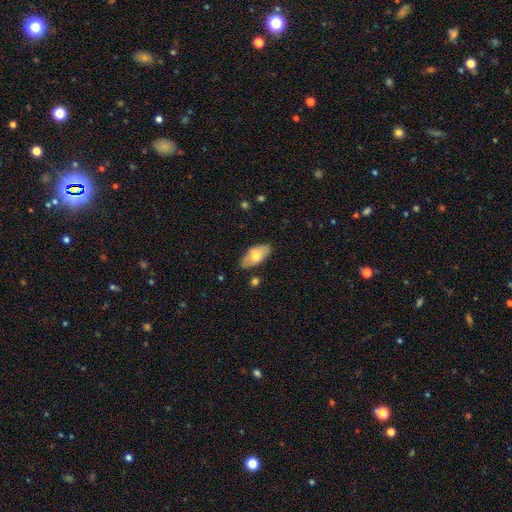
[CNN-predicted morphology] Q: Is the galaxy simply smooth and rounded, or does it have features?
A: smooth — 65%.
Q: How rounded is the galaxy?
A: in between — 91%.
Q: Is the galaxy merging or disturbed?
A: none — 80%.